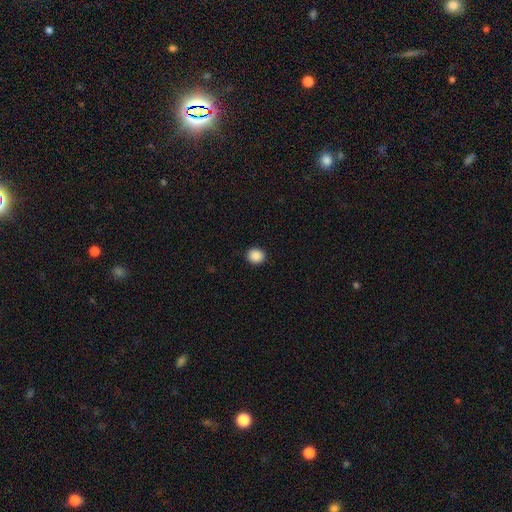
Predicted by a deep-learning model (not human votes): Q: Smooth or featured?
A: smooth (89%); runner-up: star or artifact (9%)
Q: How rounded?
A: round (84%); runner-up: in between (15%)
Q: Merging?
A: none (92%); runner-up: minor disturbance (6%)